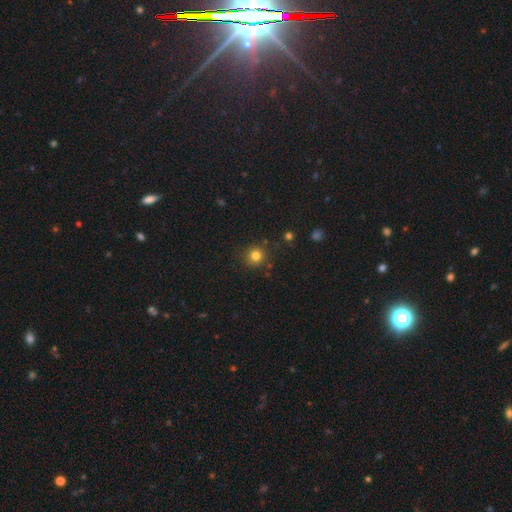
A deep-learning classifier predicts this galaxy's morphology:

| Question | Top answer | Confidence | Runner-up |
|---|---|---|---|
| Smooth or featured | smooth | 80% | star or artifact (14%) |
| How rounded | round | 92% | in between (7%) |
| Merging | none | 86% | minor disturbance (8%) |